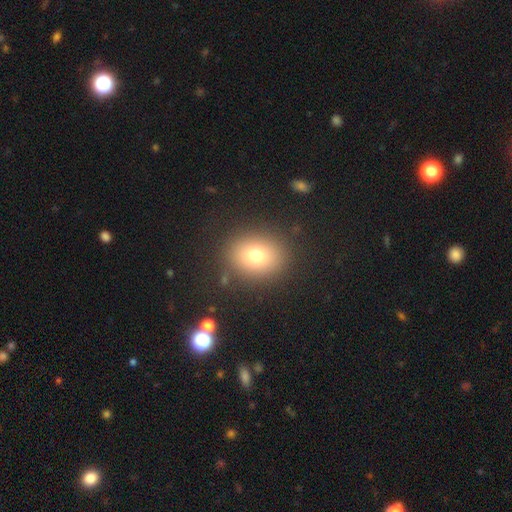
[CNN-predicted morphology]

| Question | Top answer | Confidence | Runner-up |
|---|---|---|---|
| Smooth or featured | smooth | 73% | star or artifact (14%) |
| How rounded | round | 61% | in between (38%) |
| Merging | none | 86% | minor disturbance (8%) |